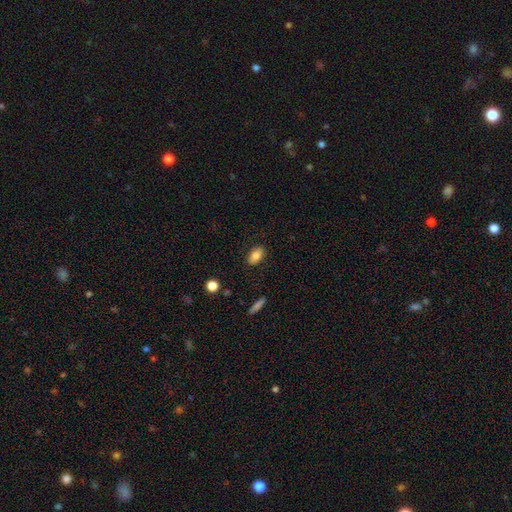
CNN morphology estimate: The model was most divided on "smooth or featured": smooth: 81%, featured or disk: 11%, star or artifact: 8%. More confident: how rounded — in between (89%); merging — none (87%).